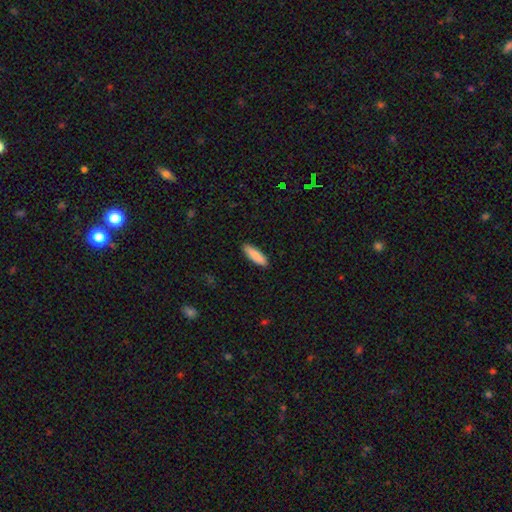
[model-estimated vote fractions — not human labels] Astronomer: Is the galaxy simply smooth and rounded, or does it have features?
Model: smooth — 87%.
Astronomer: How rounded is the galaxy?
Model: cigar-shaped — 54% (runner-up: in between, 44%).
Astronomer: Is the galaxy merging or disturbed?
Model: none — 90%.